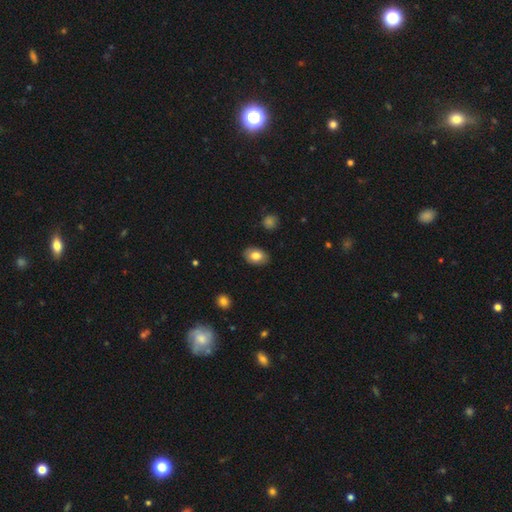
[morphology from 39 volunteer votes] Smooth or featured? 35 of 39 (90%) said smooth. How rounded? 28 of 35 (80%) said in between. Merging? 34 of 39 (87%) said none.